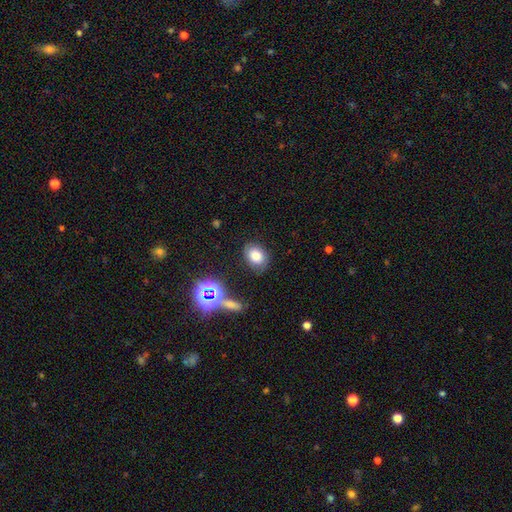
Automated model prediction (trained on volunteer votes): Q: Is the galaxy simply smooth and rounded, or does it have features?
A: smooth — 73%.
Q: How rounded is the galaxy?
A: in between — 68%.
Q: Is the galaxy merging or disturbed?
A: none — 77%.